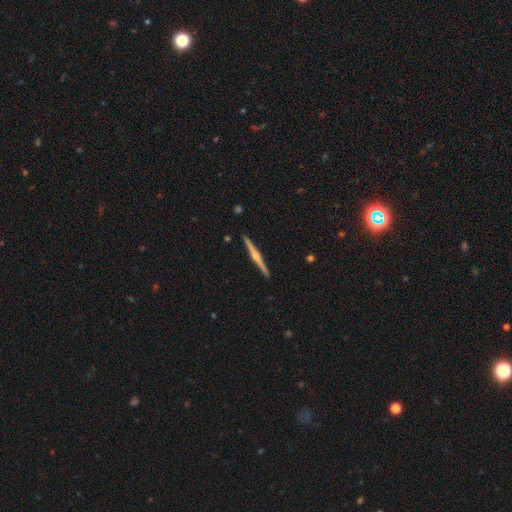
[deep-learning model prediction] Q: Smooth or featured?
A: featured or disk (74%); runner-up: smooth (21%)
Q: Edge-on disk?
A: yes (98%); runner-up: no (2%)
Q: Edge-on bulge?
A: rounded (82%); runner-up: none (10%)
Q: Merging?
A: none (92%); runner-up: minor disturbance (5%)